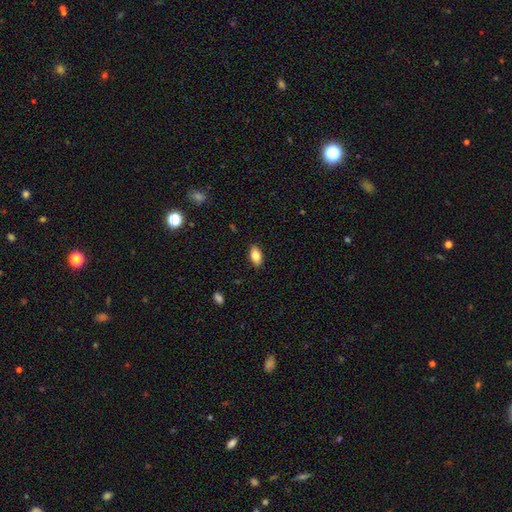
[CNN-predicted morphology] Smooth or featured: smooth — 78% (featured or disk — 14%)
How rounded: in between — 88% (cigar-shaped — 7%)
Merging: none — 88% (minor disturbance — 9%)